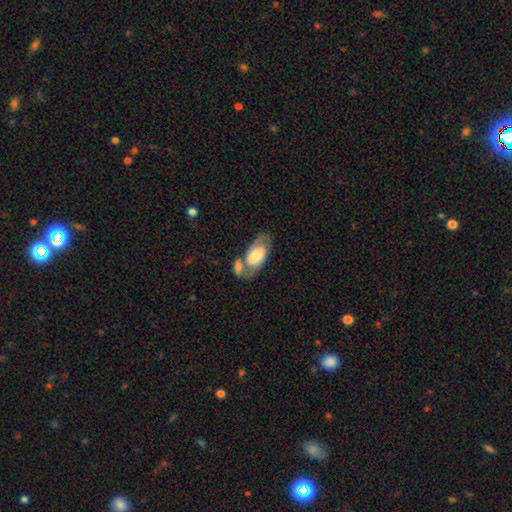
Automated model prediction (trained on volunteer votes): This is possibly a smooth galaxy (48%). Merging: marginally none (39%).